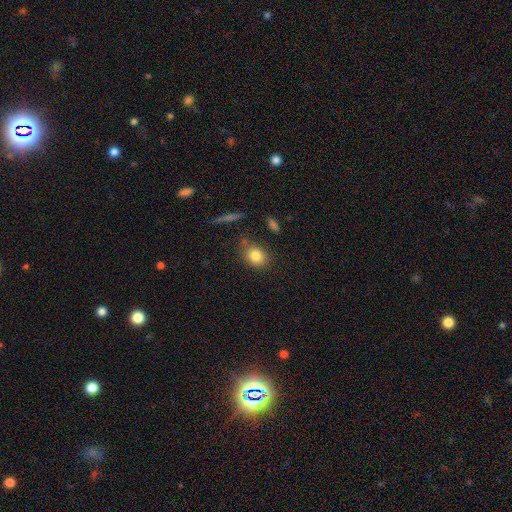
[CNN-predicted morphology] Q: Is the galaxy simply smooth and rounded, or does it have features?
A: smooth — 82%.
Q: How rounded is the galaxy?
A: round — 53%.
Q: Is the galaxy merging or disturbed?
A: none — 76%.